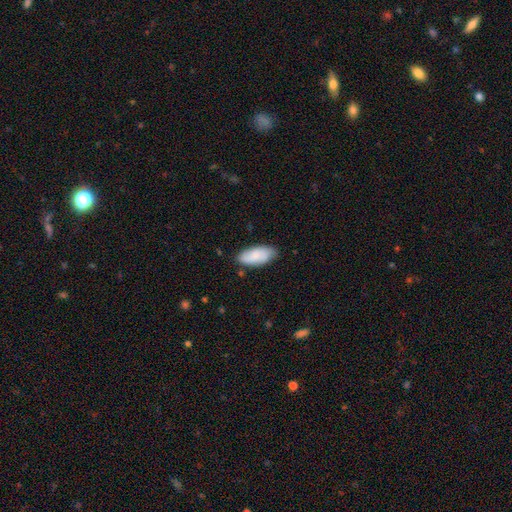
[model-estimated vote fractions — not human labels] Smooth or featured? Predicted: smooth (p=0.81). How rounded? Predicted: in between (p=0.88). Merging? Predicted: none (p=0.79).